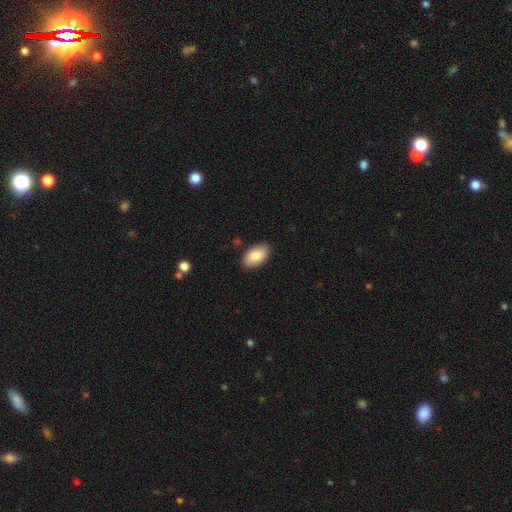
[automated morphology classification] Smooth or featured? Predicted: smooth (p=0.86). How rounded? Predicted: in between (p=0.94). Merging? Predicted: none (p=0.86).